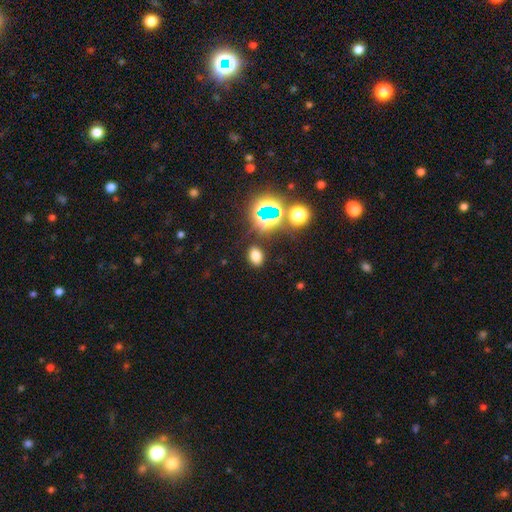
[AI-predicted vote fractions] Smooth or featured? Predicted: smooth (p=0.67). How rounded? Predicted: in between (p=0.76). Merging? Predicted: none (p=0.85).